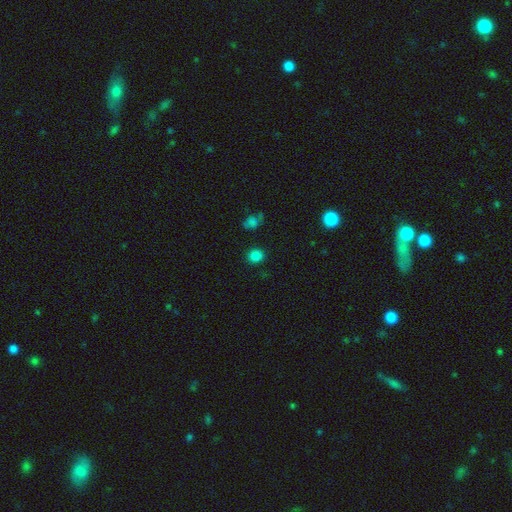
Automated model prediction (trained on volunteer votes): Overall: smooth (82%). How rounded: round (84%). Merging: none (88%).